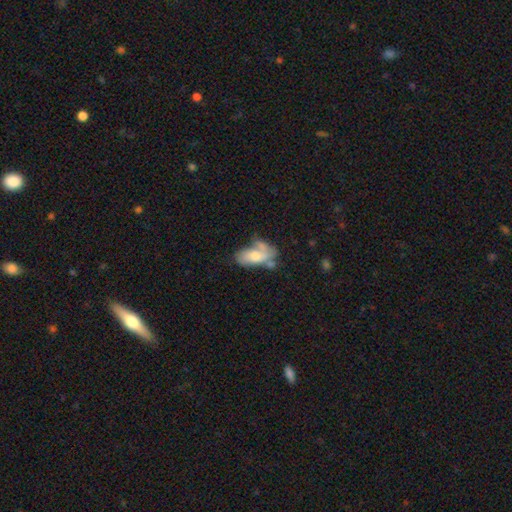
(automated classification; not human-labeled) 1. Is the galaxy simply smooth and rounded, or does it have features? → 55% smooth, 37% featured or disk, 7% star or artifact.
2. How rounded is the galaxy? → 90% in between, 7% cigar-shaped, 4% round.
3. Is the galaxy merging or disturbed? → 29% none, 26% minor disturbance, 25% merger, 20% major disturbance.